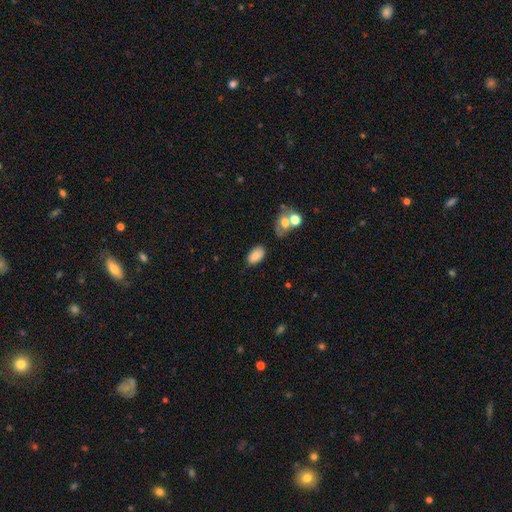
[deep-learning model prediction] Smooth or featured: smooth — 84% (star or artifact — 9%)
How rounded: in between — 93% (round — 5%)
Merging: none — 74% (minor disturbance — 17%)